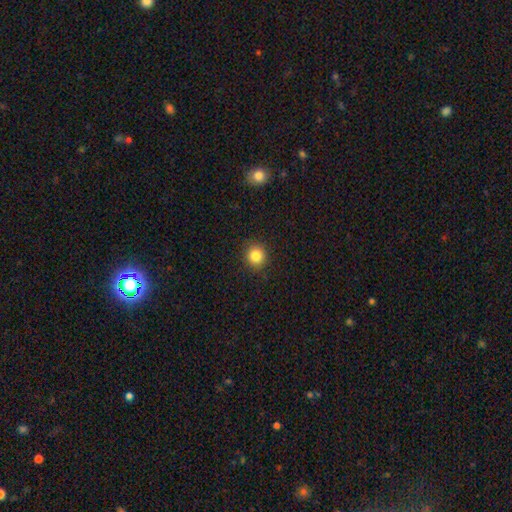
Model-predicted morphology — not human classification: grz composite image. It shows a smooth galaxy with no disk features (84%) that is round (91%). Merging: none (90%).